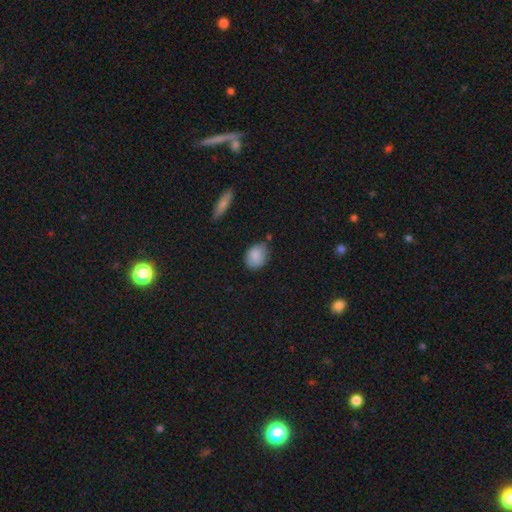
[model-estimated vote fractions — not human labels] This appears to be a smooth galaxy with no disk features (86%) that is in between round and cigar-shaped (64%). Merging: none (67%).